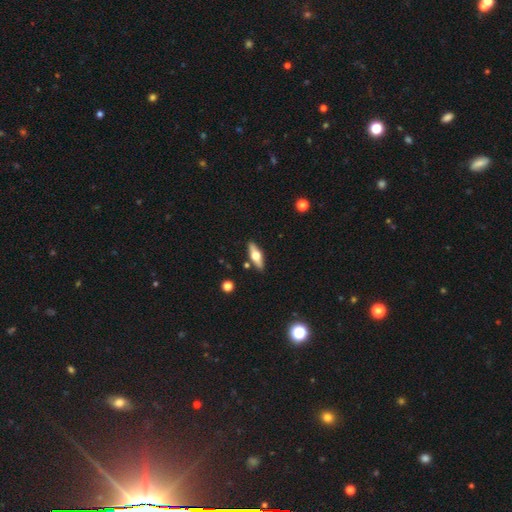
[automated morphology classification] type=featured or disk (54%); edge-on=yes (91%); merging=none (86%).